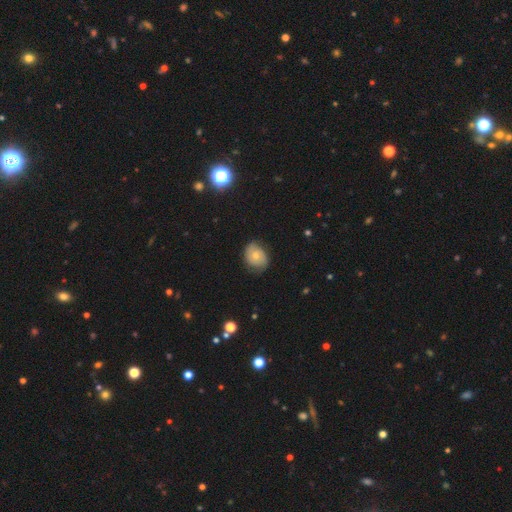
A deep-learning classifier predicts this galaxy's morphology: The model was most divided on "smooth or featured": smooth: 47%, featured or disk: 45%, star or artifact: 9%. More confident: merging — none (68%).